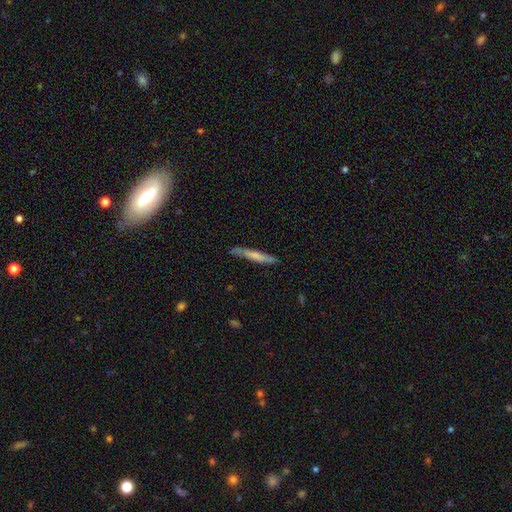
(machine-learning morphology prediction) Smooth or featured?
  - smooth: 60% *
  - featured or disk: 35%
  - star or artifact: 6%
How rounded?
  - cigar-shaped: 94% *
  - in between: 5%
  - round: 1%
Merging?
  - none: 77% *
  - minor disturbance: 16%
  - major disturbance: 3%
  - merger: 3%